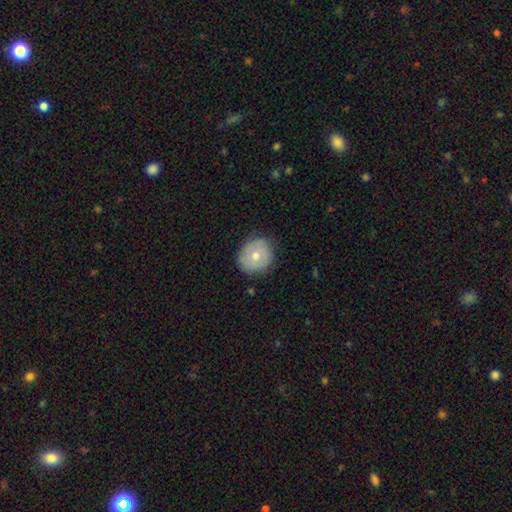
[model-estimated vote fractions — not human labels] Q: Smooth or featured?
A: smooth (62%); runner-up: featured or disk (30%)
Q: How rounded?
A: round (84%); runner-up: in between (15%)
Q: Merging?
A: none (81%); runner-up: minor disturbance (15%)